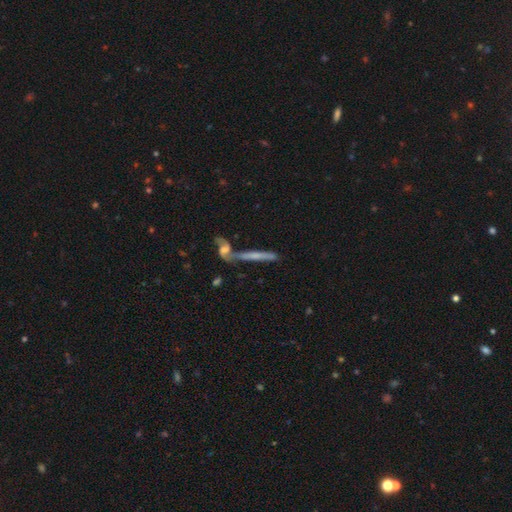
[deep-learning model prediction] smooth-or-featured: featured or disk: 50% | smooth: 40% | star or artifact: 10%
  disk-edge-on: yes: 81% | no: 19%
  merging: none: 48% | merger: 35% | minor disturbance: 11% | major disturbance: 6%